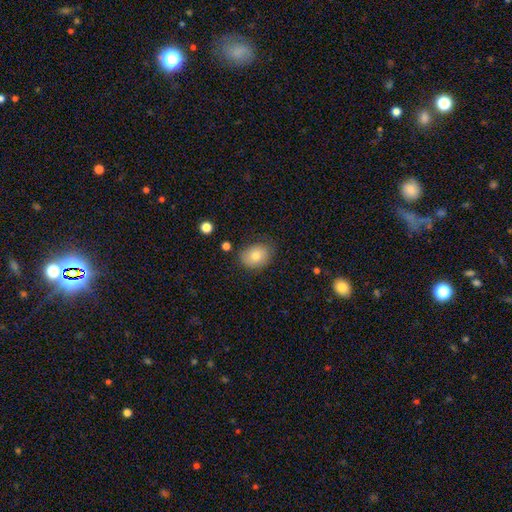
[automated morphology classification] This appears to be a smooth galaxy with no disk features (77%) that is in between round and cigar-shaped (56%). Merging: none (75%).